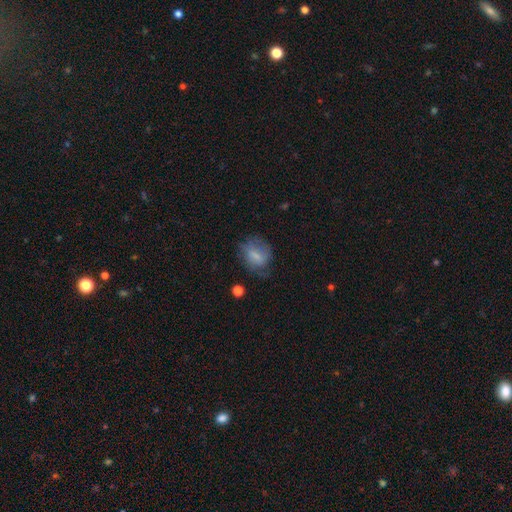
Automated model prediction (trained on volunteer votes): Morphology: type=smooth (62%); roundness=in between (54%); merging=none (49%).